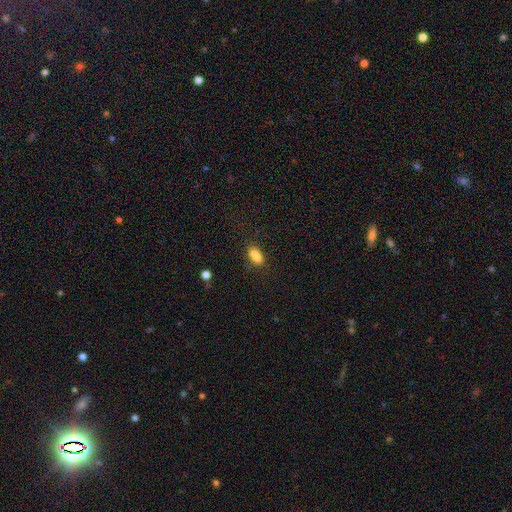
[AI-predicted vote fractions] Q: Smooth or featured?
A: smooth (76%); runner-up: star or artifact (13%)
Q: How rounded?
A: in between (76%); runner-up: round (15%)
Q: Merging?
A: none (45%); runner-up: merger (35%)